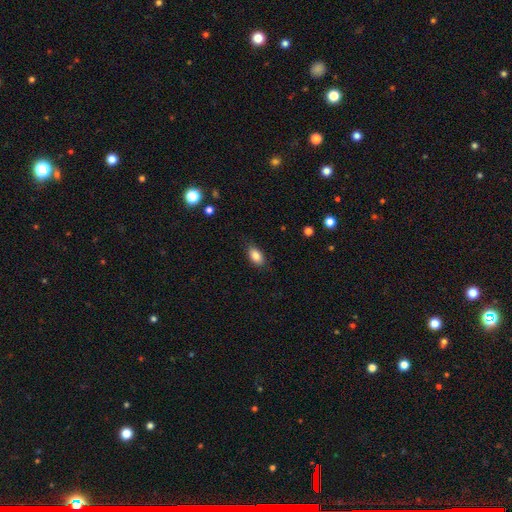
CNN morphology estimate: Smooth or featured? Predicted: smooth (p=0.86). How rounded? Predicted: in between (p=0.90). Merging? Predicted: none (p=0.80).